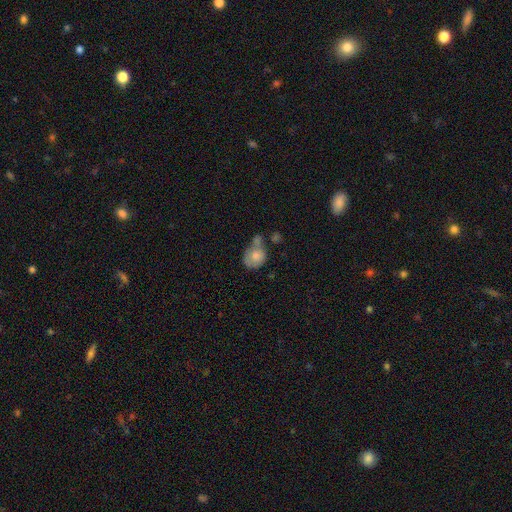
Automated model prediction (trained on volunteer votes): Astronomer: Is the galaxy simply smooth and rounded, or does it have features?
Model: smooth — 73%.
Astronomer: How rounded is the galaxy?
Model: round — 57% (runner-up: in between, 42%).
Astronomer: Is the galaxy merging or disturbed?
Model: merger — 35% (runner-up: none, 29%).